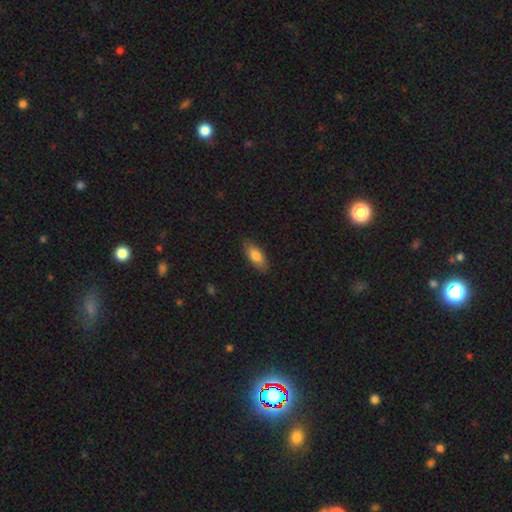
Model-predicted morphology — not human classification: smooth-or-featured: smooth: 79% | featured or disk: 15% | star or artifact: 6%
  how-rounded: in between: 77% | cigar-shaped: 21% | round: 3%
  merging: none: 85% | minor disturbance: 12% | major disturbance: 2% | merger: 1%